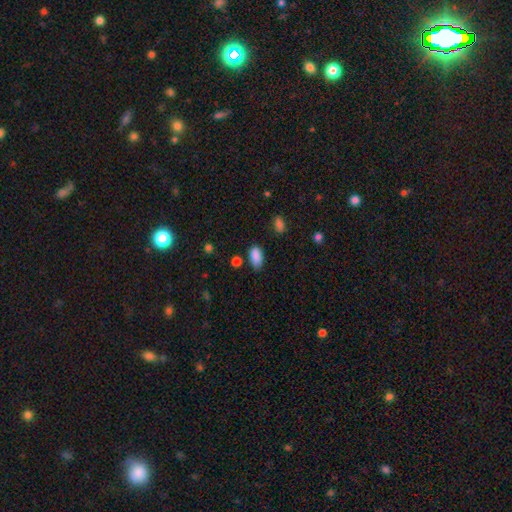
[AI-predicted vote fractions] smooth 87%, star or artifact 9%, featured or disk 4%. Down the decision tree: how rounded — in between (92%); merging — none (70%).